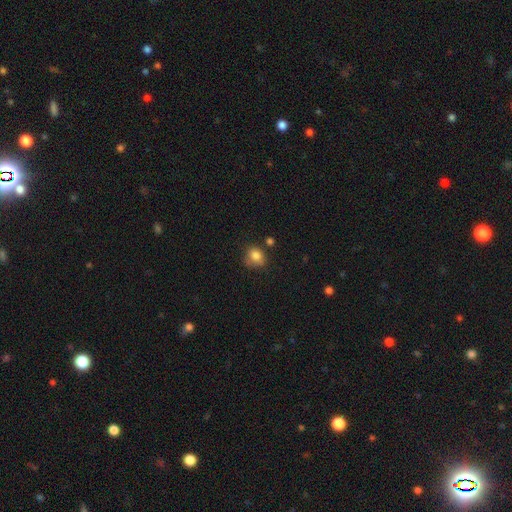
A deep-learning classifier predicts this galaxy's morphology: Smooth or featured?
  - smooth: 81% *
  - star or artifact: 10%
  - featured or disk: 9%
How rounded?
  - round: 59% *
  - in between: 40%
  - cigar-shaped: 1%
Merging?
  - none: 54% *
  - minor disturbance: 27%
  - major disturbance: 11%
  - merger: 8%